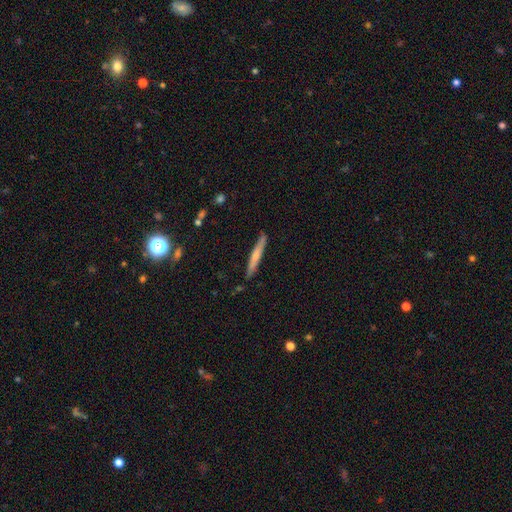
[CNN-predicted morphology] Smooth or featured: smooth — 56% (featured or disk — 38%)
How rounded: cigar-shaped — 95% (in between — 3%)
Merging: none — 86% (minor disturbance — 11%)